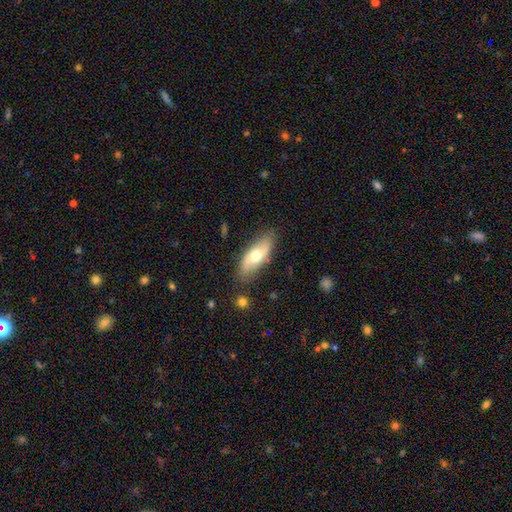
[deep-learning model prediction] A smooth galaxy with no disk features (54%) that is in between round and cigar-shaped (79%). Merging: none (79%).